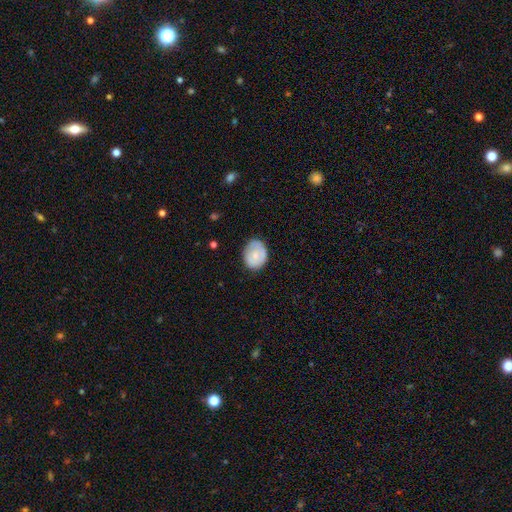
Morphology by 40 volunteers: Smooth or featured? smooth (75%)
How rounded? in between (53%)
Merging? none (82%)